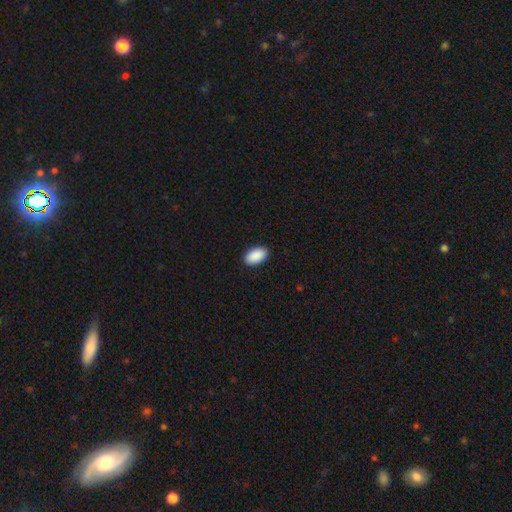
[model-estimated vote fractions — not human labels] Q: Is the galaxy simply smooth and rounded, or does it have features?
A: smooth — 92%.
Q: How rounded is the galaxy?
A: in between — 95%.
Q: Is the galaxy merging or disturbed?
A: none — 91%.